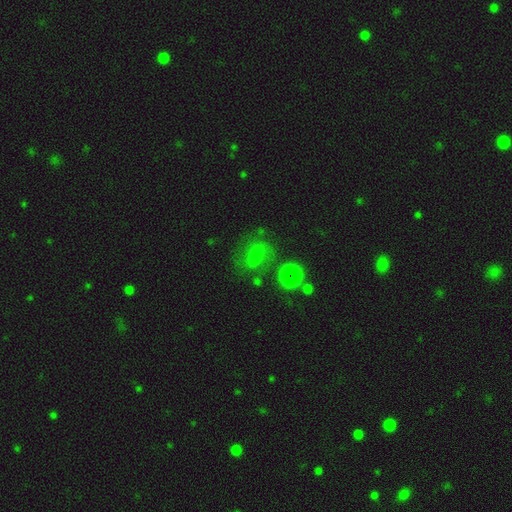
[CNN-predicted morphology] Overall: smooth (44%; featured or disk 32%). Merging: none (63%).